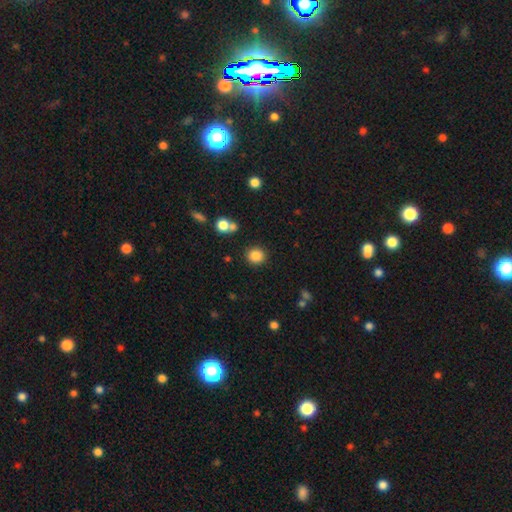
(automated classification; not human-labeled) A smooth galaxy with no disk features (85%) that is round (87%).

Vote fractions:
- Smooth or featured? smooth: 85% / star or artifact: 11% / featured or disk: 4%
- How rounded? round: 87% / in between: 12% / cigar-shaped: 1%
- Merging? none: 87% / minor disturbance: 7% / merger: 4% / major disturbance: 3%